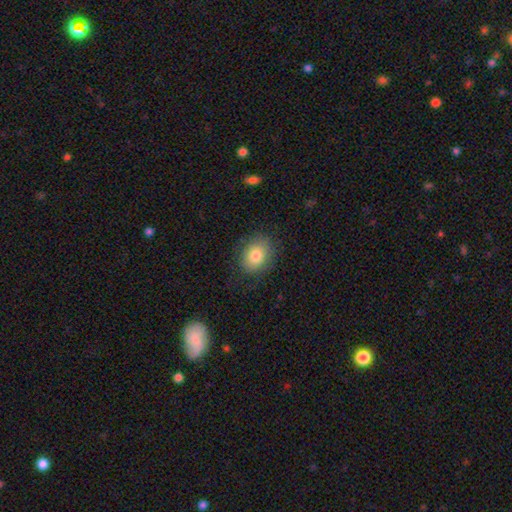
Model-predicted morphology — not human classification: A smooth galaxy with no disk features (80%) that is in between round and cigar-shaped (60%). Merging: none (81%).